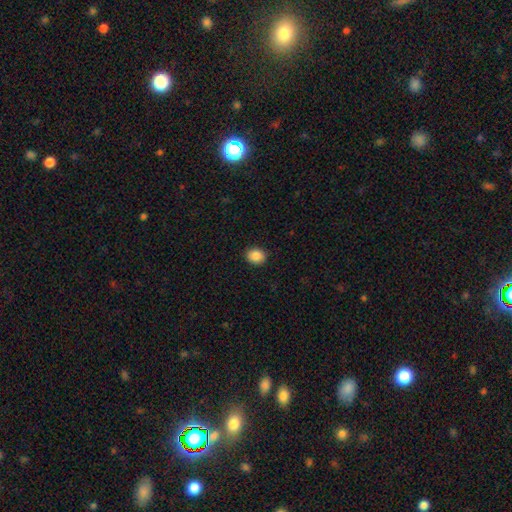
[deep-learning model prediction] Smooth or featured? smooth (87%)
How rounded? round (60%)
Merging? none (90%)